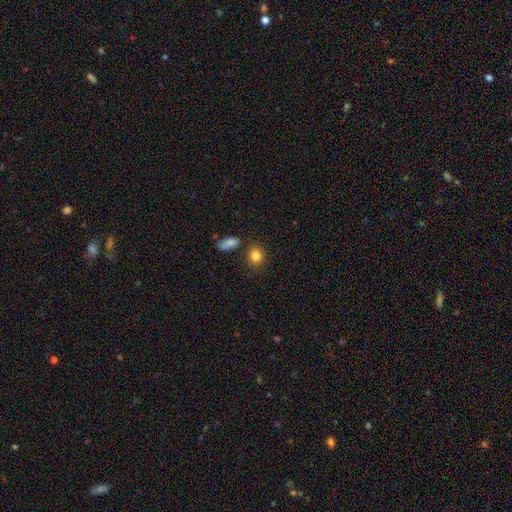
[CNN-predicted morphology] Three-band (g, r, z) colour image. It shows a smooth galaxy with no disk features (84%) that is round (70%). Merging: none (81%).